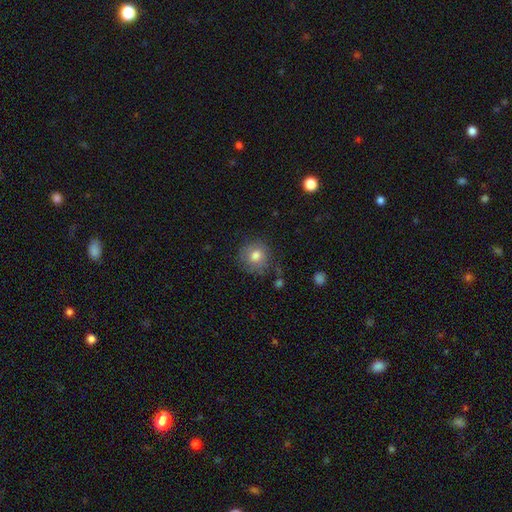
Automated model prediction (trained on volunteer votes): Smooth or featured? smooth (78%)
How rounded? round (85%)
Merging? none (74%)